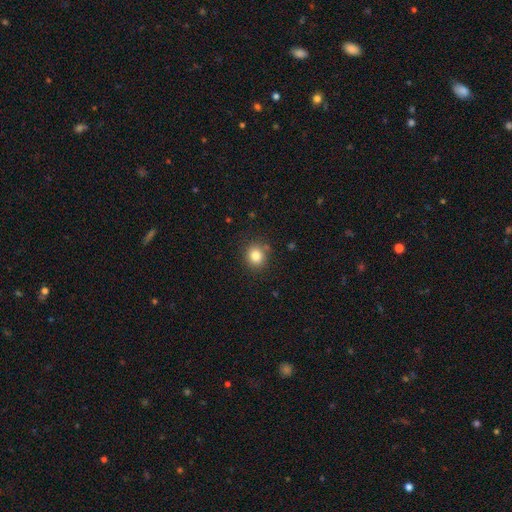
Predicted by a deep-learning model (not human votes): This is clearly a smooth galaxy (82%). How rounded: clearly round (84%). Merging: clearly none (86%).